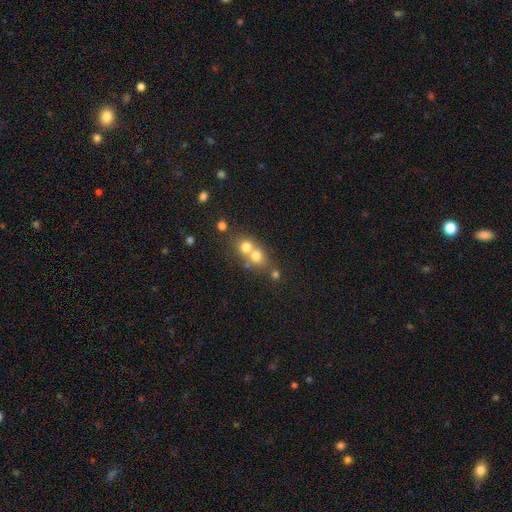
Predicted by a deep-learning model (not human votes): The model was most divided on "merging": merger: 59%, none: 33%, minor disturbance: 5%, major disturbance: 3%. More confident: how rounded — round (77%); smooth or featured — smooth (69%).